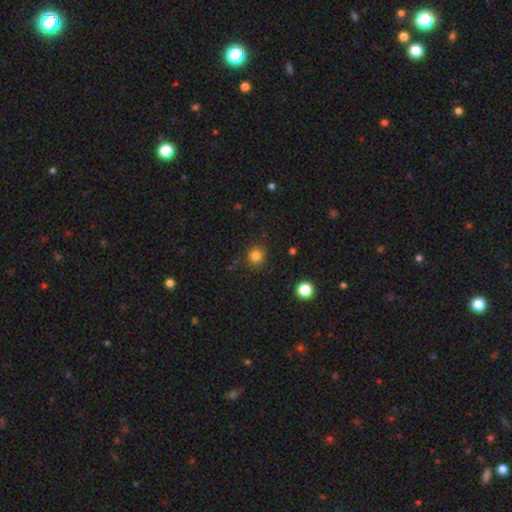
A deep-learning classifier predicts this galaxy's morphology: Smooth or featured: smooth — 82% (star or artifact — 13%)
How rounded: round — 88% (in between — 11%)
Merging: none — 88% (minor disturbance — 8%)